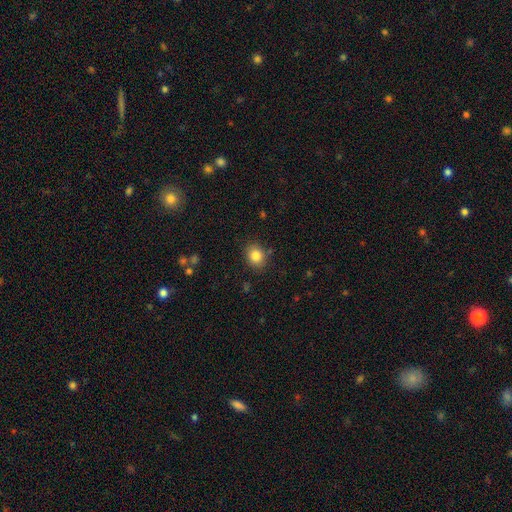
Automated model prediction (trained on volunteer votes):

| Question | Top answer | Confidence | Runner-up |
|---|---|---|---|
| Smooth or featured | smooth | 85% | star or artifact (10%) |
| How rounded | round | 62% | in between (37%) |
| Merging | none | 85% | minor disturbance (10%) |